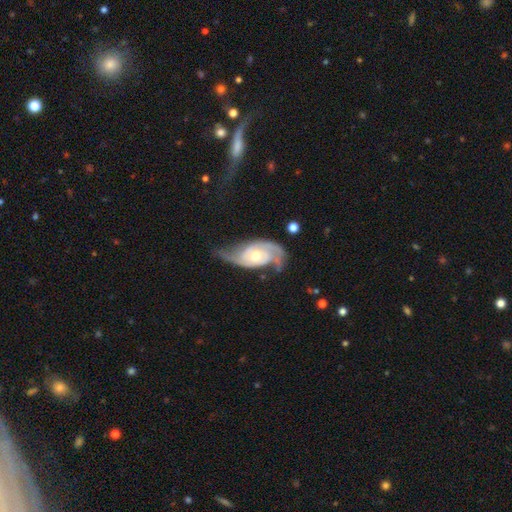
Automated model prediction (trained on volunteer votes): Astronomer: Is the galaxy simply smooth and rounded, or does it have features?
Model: featured or disk — 88%.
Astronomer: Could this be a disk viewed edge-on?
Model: no — 96%.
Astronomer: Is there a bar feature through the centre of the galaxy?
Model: no — 69%.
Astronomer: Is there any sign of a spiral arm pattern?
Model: yes — 96%.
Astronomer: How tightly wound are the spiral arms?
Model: medium — 40% (runner-up: tight, 39%).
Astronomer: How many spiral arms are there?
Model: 2 — 81%.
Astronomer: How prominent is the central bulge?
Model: moderate — 69%.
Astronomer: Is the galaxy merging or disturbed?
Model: none — 52%.